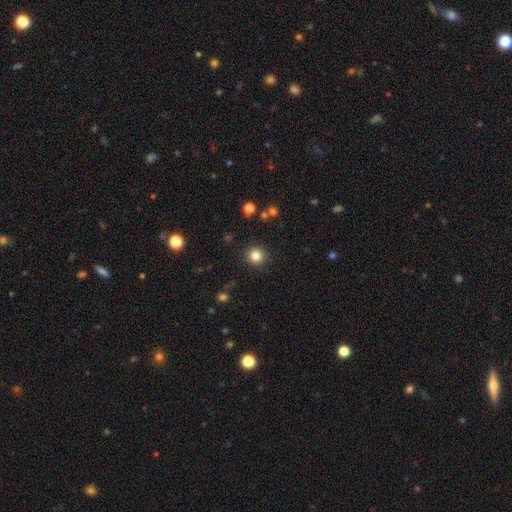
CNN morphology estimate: smooth_or_featured: smooth (p=0.83) [alt: star or artifact p=0.12]
how_rounded: round (p=0.93) [alt: in between p=0.06]
merging: none (p=0.91) [alt: minor disturbance p=0.06]